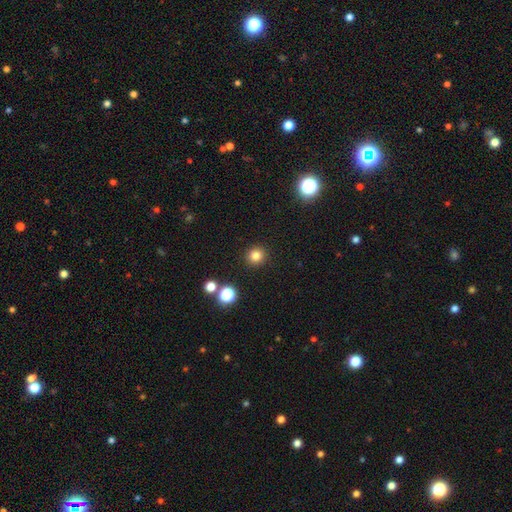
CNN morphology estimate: A smooth galaxy with no disk features (81%) that is round (93%).

Vote fractions:
- Smooth or featured? smooth: 81% / star or artifact: 14% / featured or disk: 5%
- How rounded? round: 93% / in between: 6% / cigar-shaped: 1%
- Merging? none: 91% / minor disturbance: 5% / major disturbance: 2% / merger: 2%